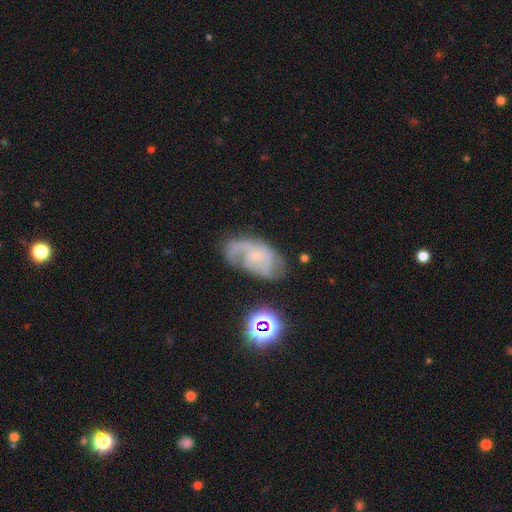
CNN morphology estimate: The model was most divided on "spiral arm count": 2: 40%, 1: 26%, can't tell: 22%, 3: 7%, 4: 2%, more than 4: 2%. Remaining: edge-on disk — no (96%); spiral arms — yes (89%); smooth or featured — featured or disk (71%); bulge size — small (66%); bar — no (64%); merging — none (50%); spiral winding — medium (45%).